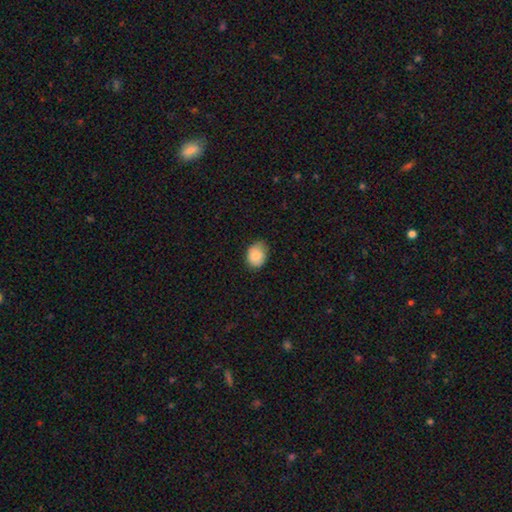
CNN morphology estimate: The model was most divided on "how rounded": in between: 61%, round: 39%, cigar-shaped: 1%. More confident: smooth or featured — smooth (85%); merging — none (75%).